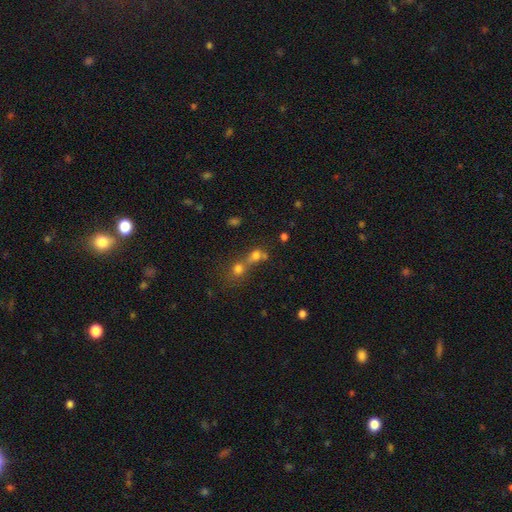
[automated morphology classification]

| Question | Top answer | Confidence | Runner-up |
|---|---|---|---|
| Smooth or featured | smooth | 63% | star or artifact (22%) |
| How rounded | round | 72% | in between (25%) |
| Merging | merger | 59% | none (30%) |